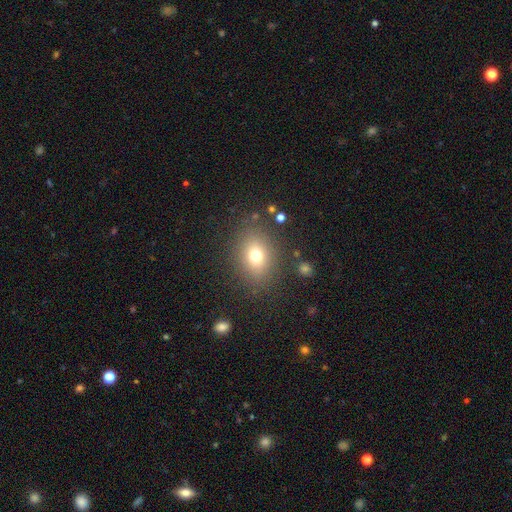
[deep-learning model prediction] smooth 72%, star or artifact 15%, featured or disk 13%. Down the decision tree: how rounded — in between (55%); merging — none (83%).